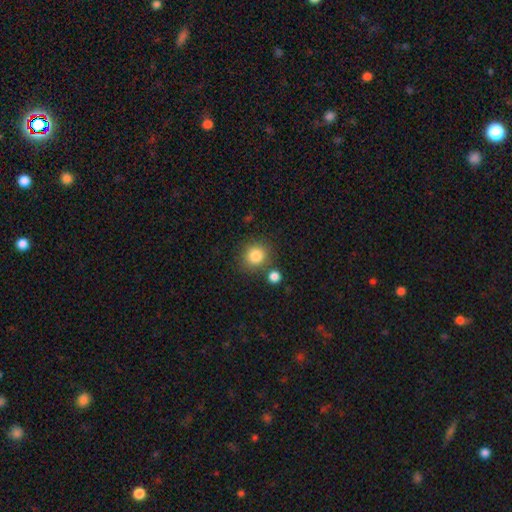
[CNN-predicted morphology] The model was most divided on "merging": none: 76%, merger: 11%, minor disturbance: 10%, major disturbance: 3%. More confident: how rounded — round (87%); smooth or featured — smooth (84%).